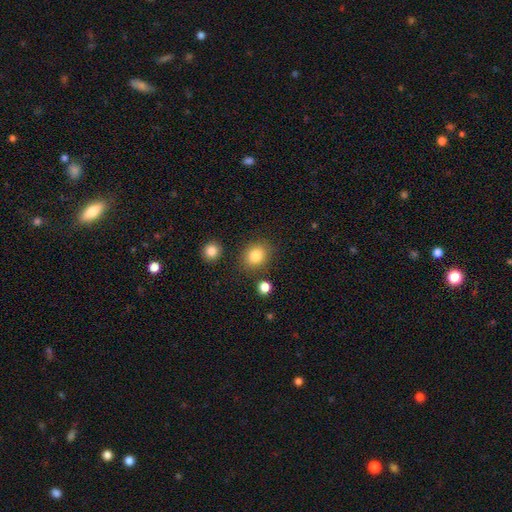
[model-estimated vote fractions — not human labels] This is clearly a smooth galaxy (83%). How rounded: likely round (66%). Merging: clearly none (82%).